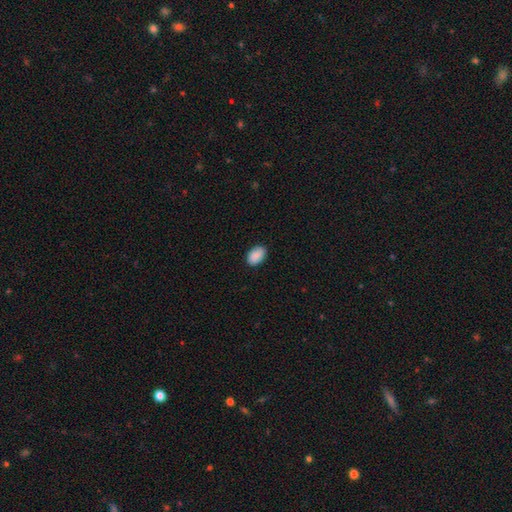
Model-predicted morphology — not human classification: The model was most divided on "merging": none: 87%, minor disturbance: 10%, major disturbance: 2%, merger: 1%. More confident: smooth or featured — smooth (89%); how rounded — in between (89%).